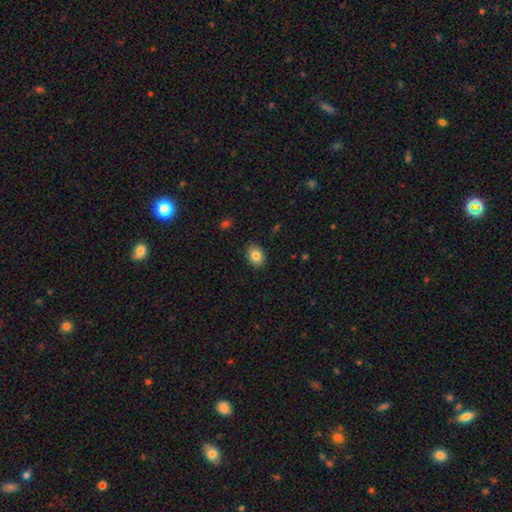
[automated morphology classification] type=smooth (85%); roundness=in between (63%); merging=none (89%).